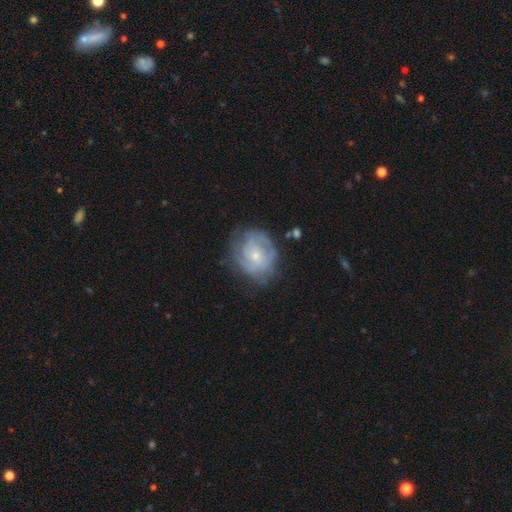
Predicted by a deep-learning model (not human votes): The model was most divided on "spiral arm count": can't tell: 45%, 2: 27%, 3: 14%, 1: 5%, 4: 5%, more than 4: 4%. More confident: edge-on disk — no (98%); spiral arms — yes (81%); bar — no (75%); smooth or featured — featured or disk (71%); bulge size — small (65%); merging — none (65%); spiral winding — tight (61%).